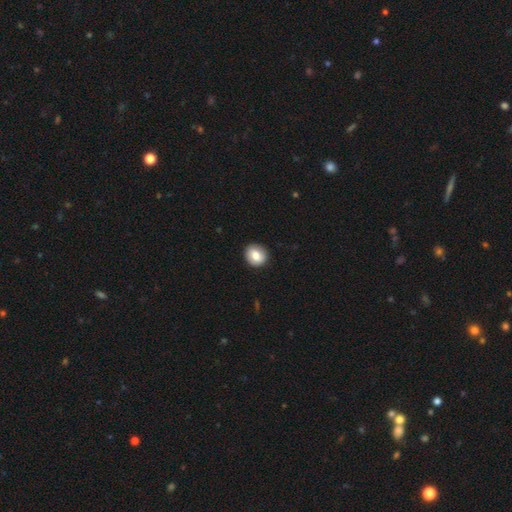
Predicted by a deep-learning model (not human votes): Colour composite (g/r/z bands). It shows a smooth galaxy with no disk features (79%) that is round (76%). Merging: none (90%).